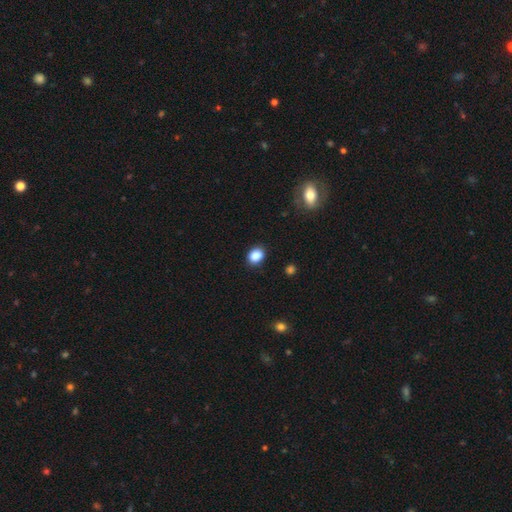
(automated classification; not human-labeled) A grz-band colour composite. It shows a smooth galaxy with no disk features (88%) that is in between round and cigar-shaped (58%). Merging: none (86%).